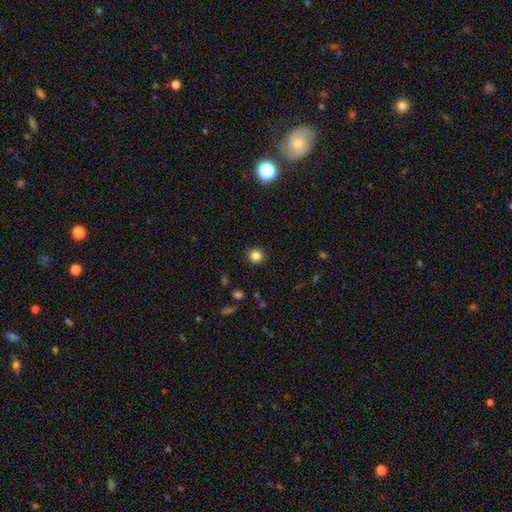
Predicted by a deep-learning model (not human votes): A smooth galaxy with no disk features (84%) that is round (93%).

Vote fractions:
- Smooth or featured? smooth: 84% / star or artifact: 12% / featured or disk: 4%
- How rounded? round: 93% / in between: 6% / cigar-shaped: 1%
- Merging? none: 92% / minor disturbance: 5% / major disturbance: 2% / merger: 1%